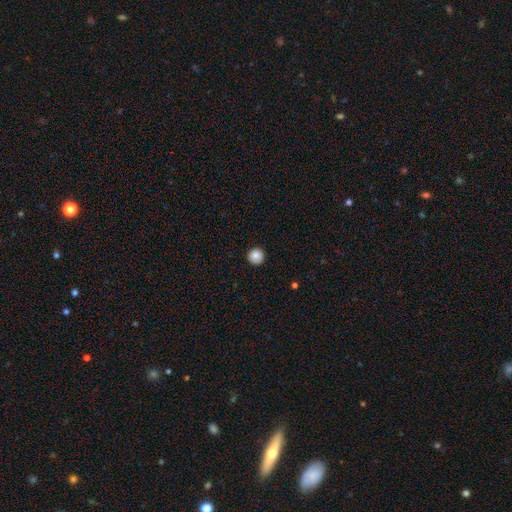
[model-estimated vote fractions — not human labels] Smooth or featured?
  - smooth: 84% *
  - star or artifact: 9%
  - featured or disk: 7%
How rounded?
  - round: 96% *
  - in between: 3%
  - cigar-shaped: 1%
Merging?
  - none: 92% *
  - minor disturbance: 5%
  - major disturbance: 2%
  - merger: 1%